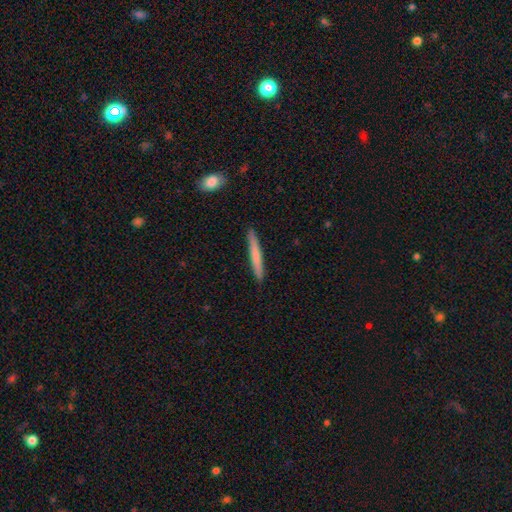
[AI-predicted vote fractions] smooth-or-featured: smooth: 69% | featured or disk: 26% | star or artifact: 5%
  how-rounded: cigar-shaped: 96% | in between: 3% | round: 1%
  merging: none: 91% | minor disturbance: 6% | major disturbance: 1% | merger: 1%